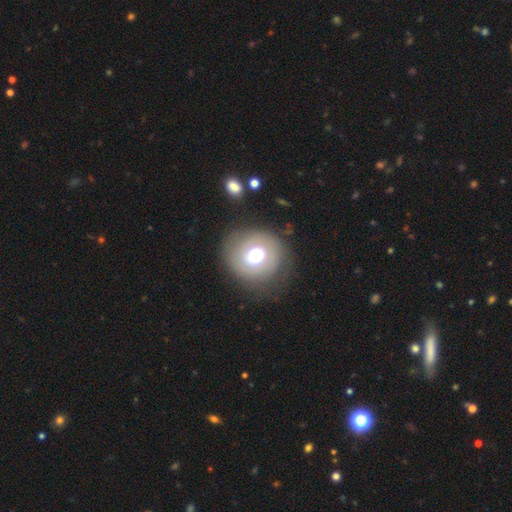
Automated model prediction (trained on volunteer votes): smooth 57%, featured or disk 29%, star or artifact 14%. Down the decision tree: how rounded — round (88%); merging — none (70%).